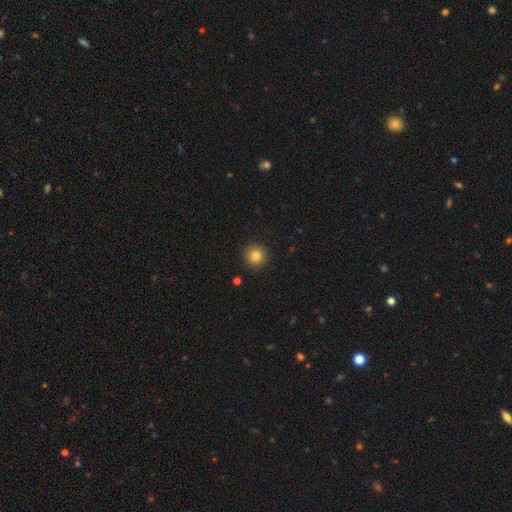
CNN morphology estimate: Smooth or featured? Predicted: smooth (p=0.82). How rounded? Predicted: round (p=0.95). Merging? Predicted: none (p=0.92).